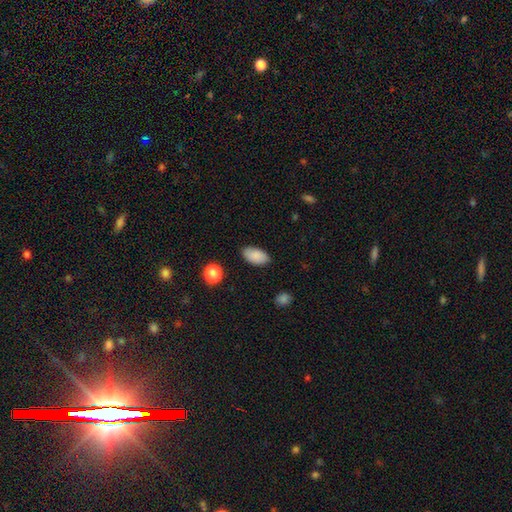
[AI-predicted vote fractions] smooth_or_featured: smooth (p=0.87) [alt: star or artifact p=0.08]
how_rounded: in between (p=0.94) [alt: round p=0.04]
merging: none (p=0.84) [alt: minor disturbance p=0.12]